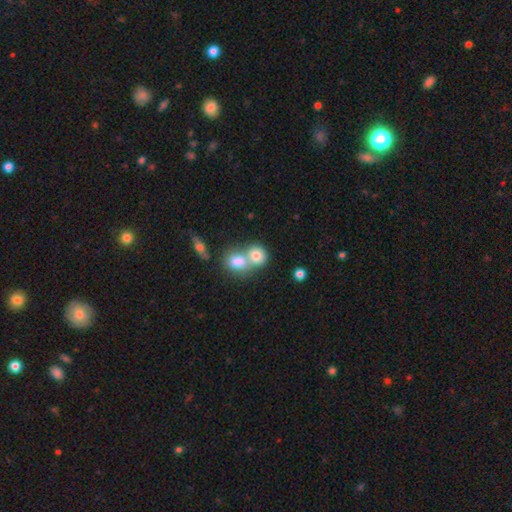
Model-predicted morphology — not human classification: A smooth galaxy with no disk features (79%) that is round (70%). Merging: merger (60%).